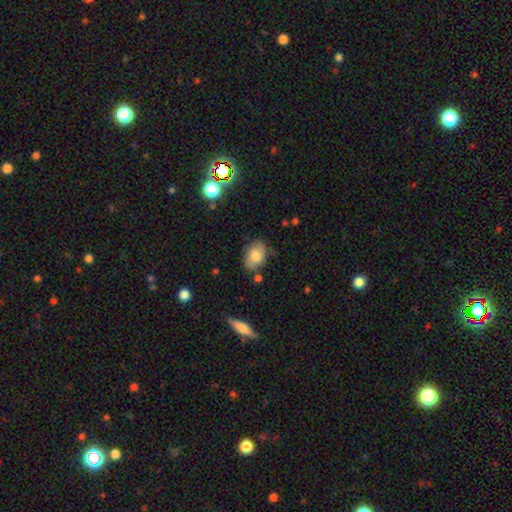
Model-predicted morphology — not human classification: Smooth or featured: smooth — 78% (featured or disk — 14%)
How rounded: in between — 87% (round — 12%)
Merging: none — 72% (minor disturbance — 20%)